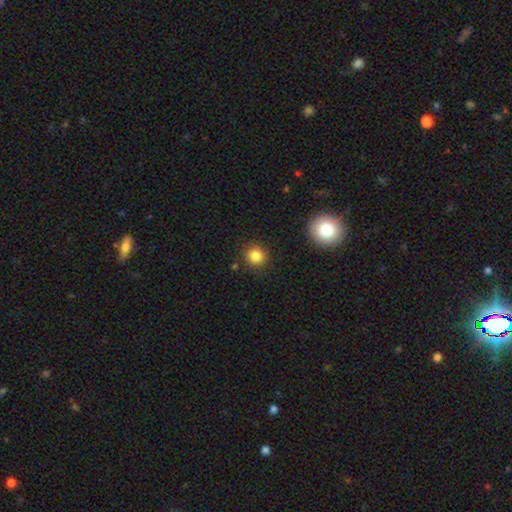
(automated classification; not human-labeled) smooth 83%, star or artifact 12%, featured or disk 5%. Down the decision tree: how rounded — round (91%); merging — none (87%).